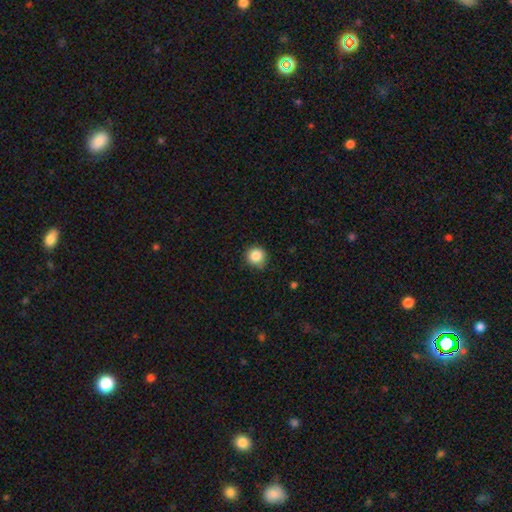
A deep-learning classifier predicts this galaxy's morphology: smooth 85%, star or artifact 10%, featured or disk 4%. Down the decision tree: how rounded — round (94%); merging — none (82%).